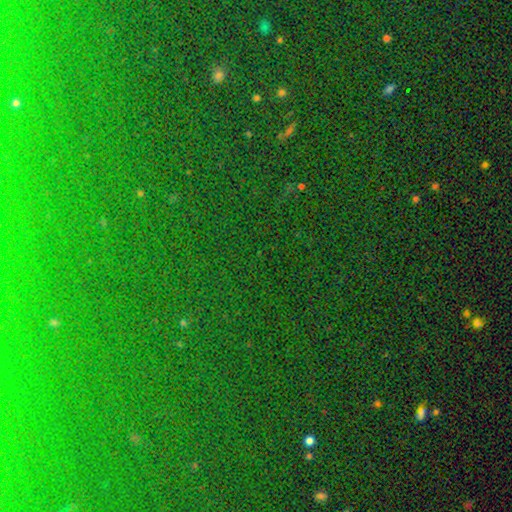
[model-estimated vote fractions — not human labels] A star or artifact, not a galaxy (79%).

Vote fractions:
- Smooth or featured? star or artifact: 79% / smooth: 12% / featured or disk: 9%